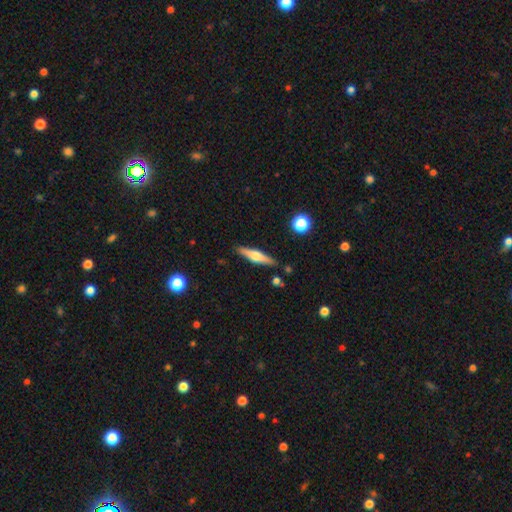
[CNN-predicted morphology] featured or disk 57%, smooth 37%, star or artifact 6%. Down the decision tree: edge-on disk — yes (96%); edge-on bulge — rounded (88%); merging — none (87%).